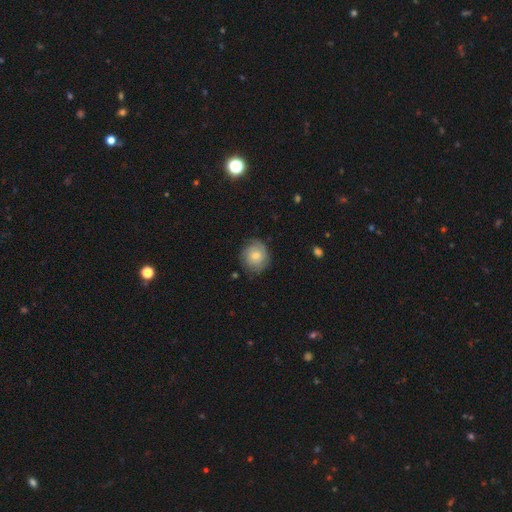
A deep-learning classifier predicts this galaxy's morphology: Q: Smooth or featured?
A: smooth (63%); runner-up: featured or disk (30%)
Q: How rounded?
A: round (83%); runner-up: in between (16%)
Q: Merging?
A: none (77%); runner-up: minor disturbance (18%)